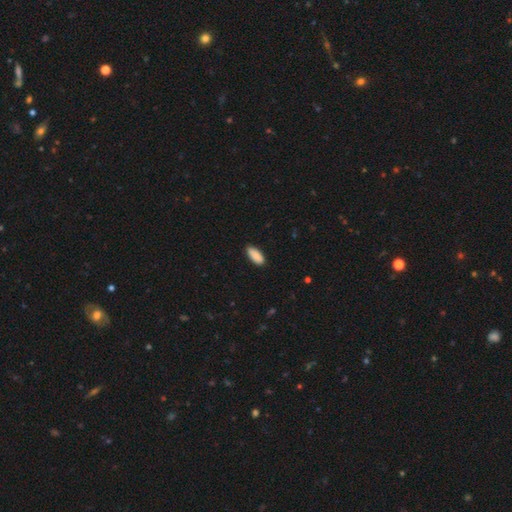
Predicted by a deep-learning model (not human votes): smooth 90%, star or artifact 6%, featured or disk 4%. Down the decision tree: how rounded — in between (88%); merging — none (86%).